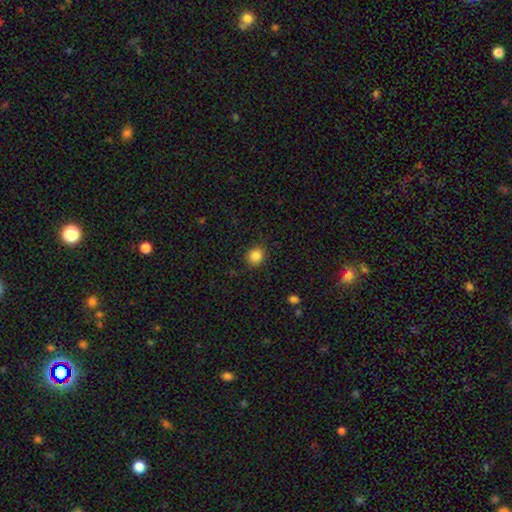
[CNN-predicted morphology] smooth_or_featured: smooth (p=0.85) [alt: star or artifact p=0.10]
how_rounded: round (p=0.82) [alt: in between p=0.17]
merging: none (p=0.89) [alt: minor disturbance p=0.07]